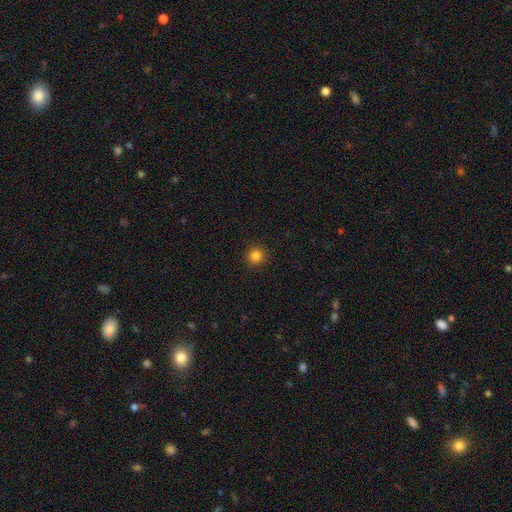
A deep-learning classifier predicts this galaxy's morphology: Smooth or featured?
  - smooth: 84% *
  - star or artifact: 12%
  - featured or disk: 4%
How rounded?
  - round: 94% *
  - in between: 5%
  - cigar-shaped: 1%
Merging?
  - none: 92% *
  - minor disturbance: 5%
  - major disturbance: 2%
  - merger: 1%